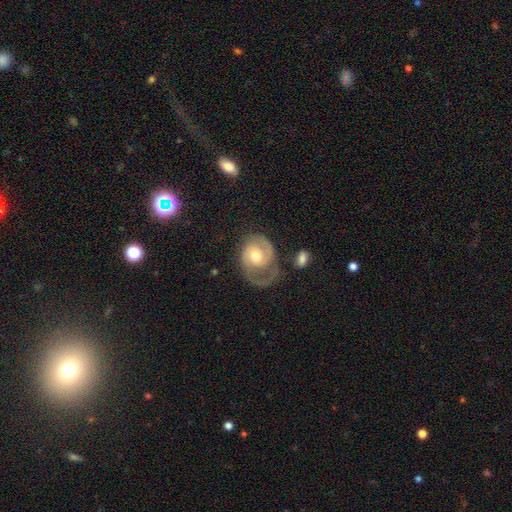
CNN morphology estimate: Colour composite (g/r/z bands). It shows a featured or disk galaxy (78%) with no bar (67%), 2 (52%) tight (43%) spiral arms (91%) and a moderate central bulge (69%). Merging: none (44%).